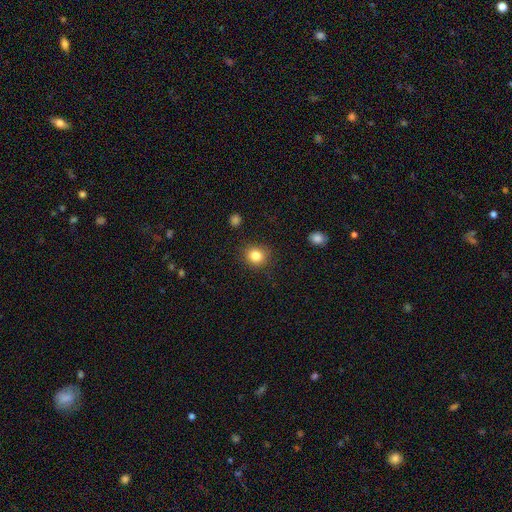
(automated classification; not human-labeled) Smooth or featured: smooth — 84% (star or artifact — 11%)
How rounded: round — 83% (in between — 16%)
Merging: none — 88% (minor disturbance — 8%)